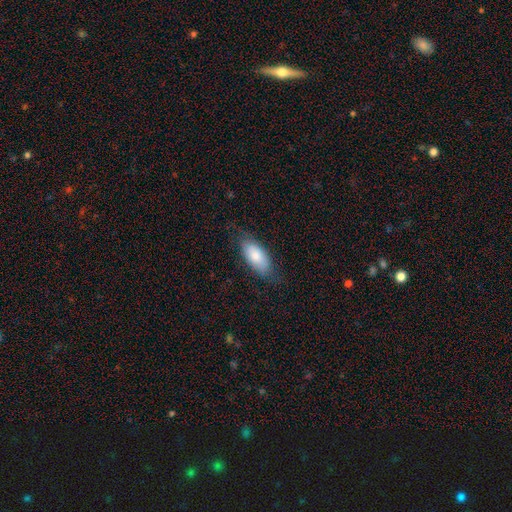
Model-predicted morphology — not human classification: Q: Smooth or featured?
A: smooth (78%); runner-up: featured or disk (16%)
Q: How rounded?
A: in between (89%); runner-up: cigar-shaped (9%)
Q: Merging?
A: none (74%); runner-up: minor disturbance (19%)